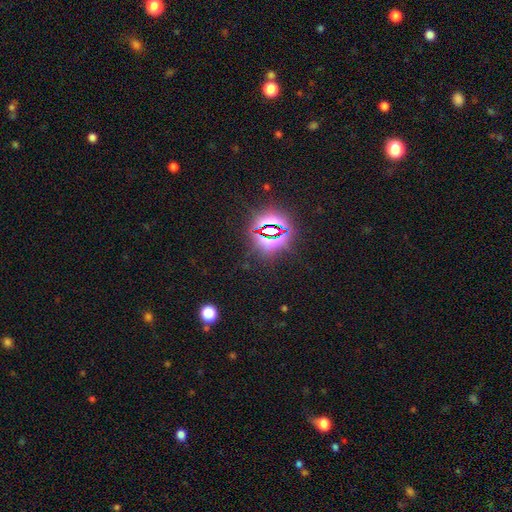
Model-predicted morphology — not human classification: Q: Smooth or featured?
A: star or artifact (82%); runner-up: smooth (11%)